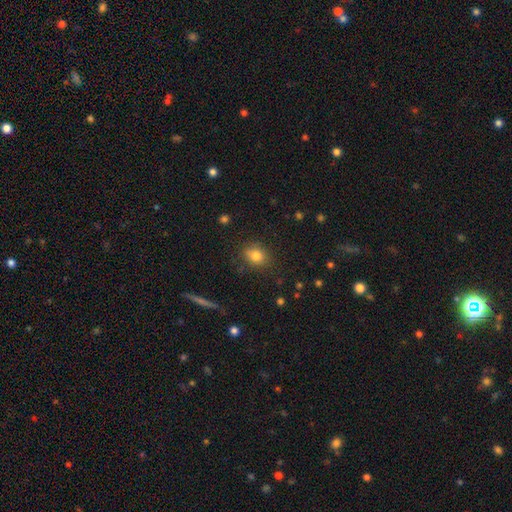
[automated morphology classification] smooth-or-featured: smooth: 80% | star or artifact: 12% | featured or disk: 9%
  how-rounded: round: 56% | in between: 43% | cigar-shaped: 2%
  merging: none: 82% | minor disturbance: 12% | major disturbance: 4% | merger: 2%